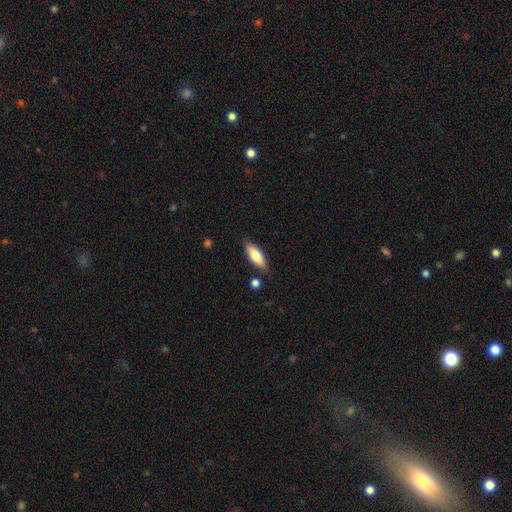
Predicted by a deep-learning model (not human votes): Q: Smooth or featured?
A: smooth (71%); runner-up: featured or disk (23%)
Q: How rounded?
A: in between (66%); runner-up: cigar-shaped (32%)
Q: Merging?
A: none (83%); runner-up: minor disturbance (11%)